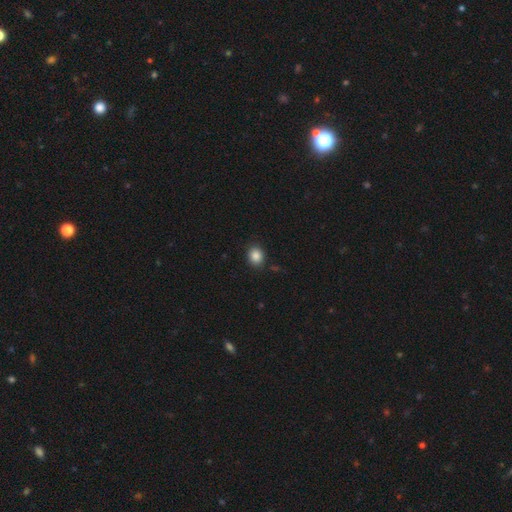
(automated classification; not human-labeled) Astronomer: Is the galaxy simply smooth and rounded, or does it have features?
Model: smooth — 86%.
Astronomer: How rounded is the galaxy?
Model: round — 61% (runner-up: in between, 38%).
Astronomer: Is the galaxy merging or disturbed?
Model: none — 87%.